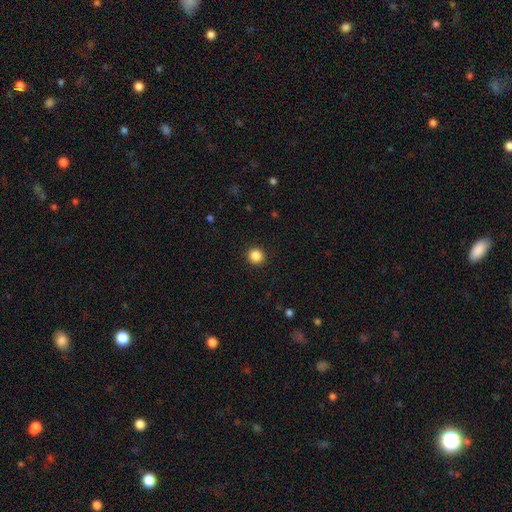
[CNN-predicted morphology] A smooth galaxy with no disk features (87%) that is round (93%). Merging: none (93%).